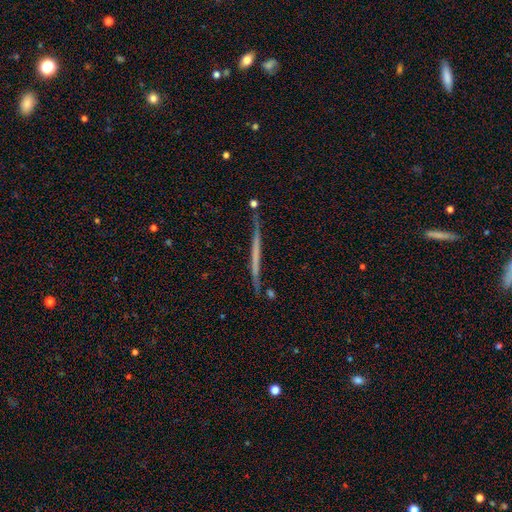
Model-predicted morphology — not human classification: A featured or disk galaxy (59%) viewed edge-on (97%) with no central bulge (92%).

Vote fractions:
- Smooth or featured? featured or disk: 59% / smooth: 35% / star or artifact: 7%
- Edge-on disk? yes: 97% / no: 3%
- Edge-on bulge? none: 92% / rounded: 5% / boxy: 3%
- Merging? none: 84% / minor disturbance: 11% / merger: 3% / major disturbance: 2%